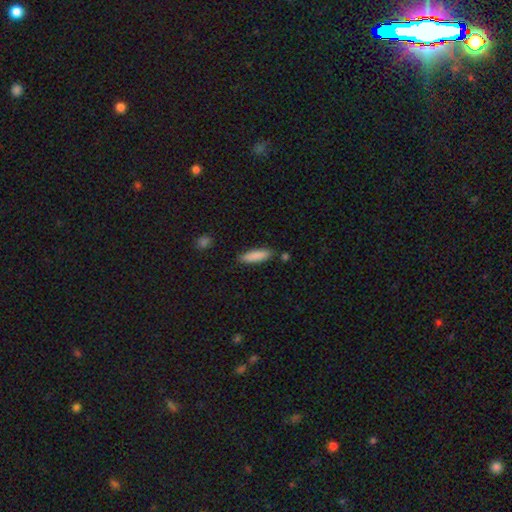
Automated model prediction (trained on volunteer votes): smooth_or_featured: smooth (p=0.86) [alt: featured or disk p=0.07]
how_rounded: cigar-shaped (p=0.62) [alt: in between p=0.36]
merging: none (p=0.82) [alt: minor disturbance p=0.12]